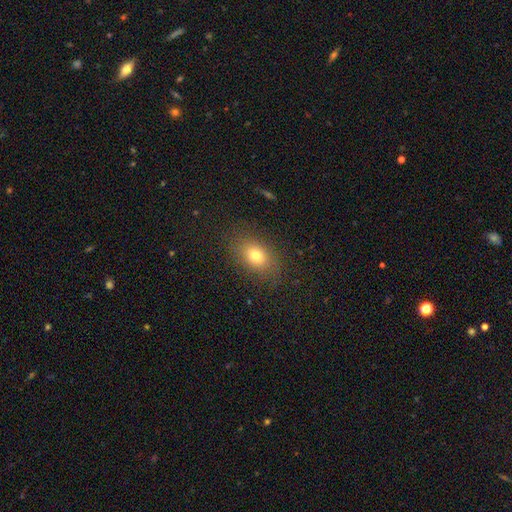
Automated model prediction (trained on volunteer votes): A smooth galaxy with no disk features (75%) that is in between round and cigar-shaped (73%). Merging: none (82%).